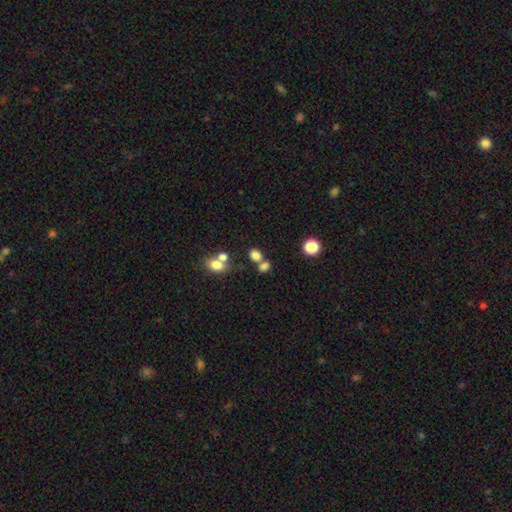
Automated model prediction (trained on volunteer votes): Smooth or featured? smooth (78%)
How rounded? in between (51%)
Merging? none (46%)